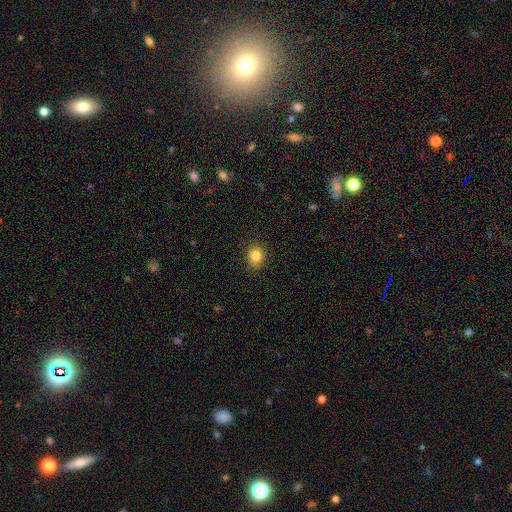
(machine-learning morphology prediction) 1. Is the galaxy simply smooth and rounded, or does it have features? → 83% smooth, 11% star or artifact, 6% featured or disk.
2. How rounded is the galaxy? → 62% round, 37% in between, 1% cigar-shaped.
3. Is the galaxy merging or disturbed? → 87% none, 10% minor disturbance, 2% major disturbance, 1% merger.